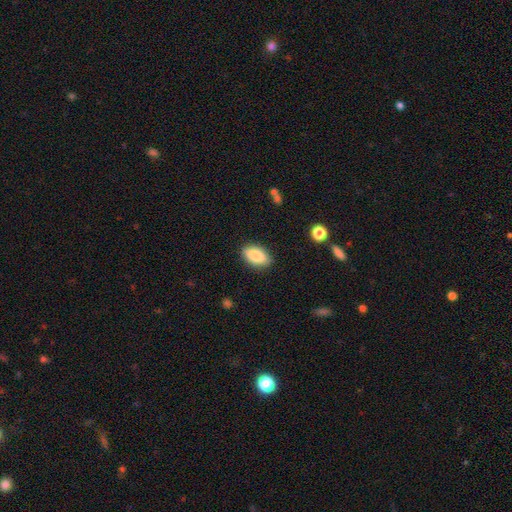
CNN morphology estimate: Smooth or featured: smooth — 83% (featured or disk — 10%)
How rounded: in between — 88% (cigar-shaped — 7%)
Merging: none — 86% (minor disturbance — 10%)